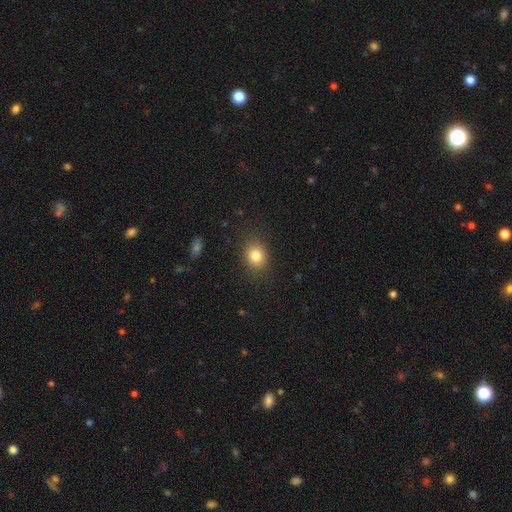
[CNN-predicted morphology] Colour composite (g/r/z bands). It shows a smooth galaxy with no disk features (82%) that is round (53%). Merging: none (85%).